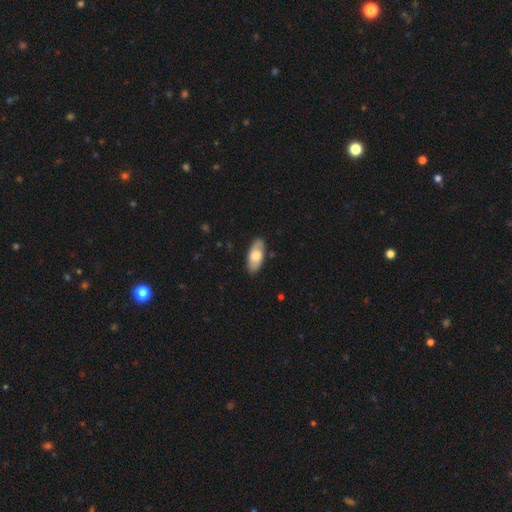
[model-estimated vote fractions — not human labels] Smooth or featured: smooth — 62% (featured or disk — 32%)
How rounded: in between — 87% (cigar-shaped — 10%)
Merging: none — 86% (minor disturbance — 11%)